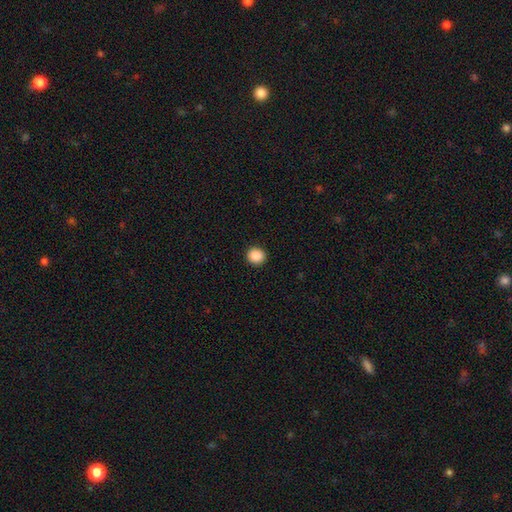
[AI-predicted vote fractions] A smooth galaxy with no disk features (88%) that is round (88%). Merging: none (92%).